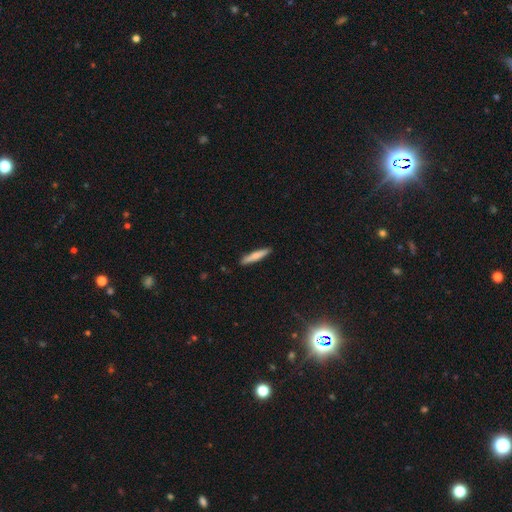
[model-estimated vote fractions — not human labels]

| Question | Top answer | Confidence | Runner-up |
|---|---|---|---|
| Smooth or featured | smooth | 73% | featured or disk (22%) |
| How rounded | cigar-shaped | 91% | in between (7%) |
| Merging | none | 90% | minor disturbance (8%) |